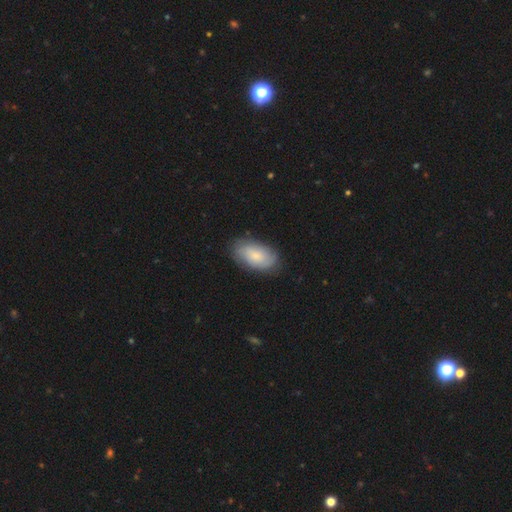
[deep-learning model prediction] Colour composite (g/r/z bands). It shows a smooth galaxy with no disk features (61%) that is in between round and cigar-shaped (93%). Merging: none (78%).